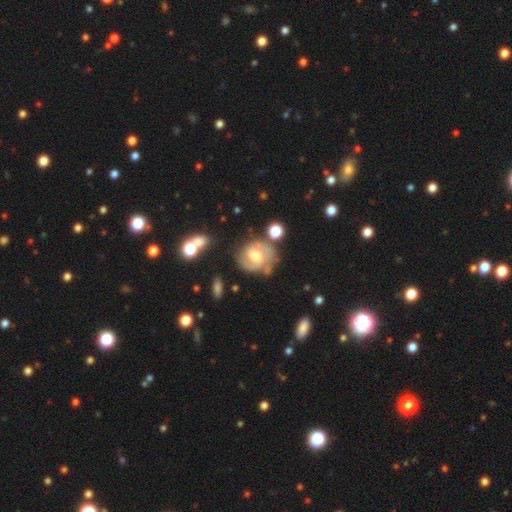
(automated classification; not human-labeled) Q: Smooth or featured?
A: featured or disk (75%); runner-up: smooth (18%)
Q: Edge-on disk?
A: no (97%); runner-up: yes (3%)
Q: Bar?
A: weak (51%); runner-up: no (37%)
Q: Spiral arms?
A: yes (90%); runner-up: no (10%)
Q: Spiral winding?
A: medium (44%); runner-up: tight (42%)
Q: Spiral arm count?
A: 2 (74%); runner-up: can't tell (13%)
Q: Bulge size?
A: moderate (71%); runner-up: small (16%)
Q: Merging?
A: none (64%); runner-up: minor disturbance (20%)